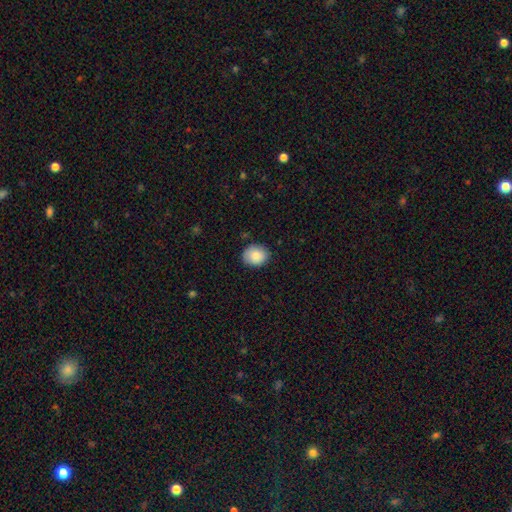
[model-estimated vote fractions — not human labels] Smooth or featured? Predicted: smooth (p=0.86). How rounded? Predicted: round (p=0.61). Merging? Predicted: none (p=0.84).